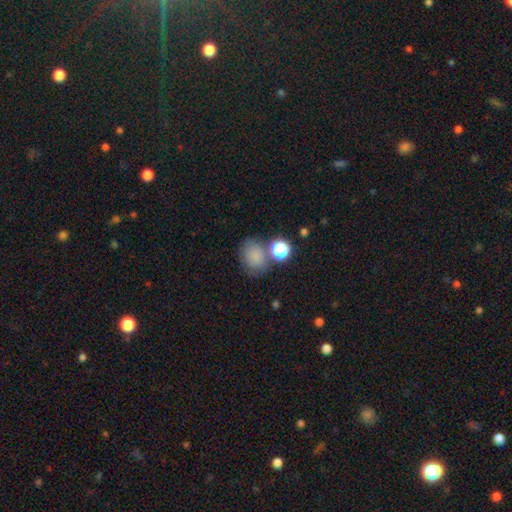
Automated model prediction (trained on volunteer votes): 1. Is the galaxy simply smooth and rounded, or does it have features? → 78% smooth, 14% star or artifact, 8% featured or disk.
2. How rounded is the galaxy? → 50% round, 49% in between, 1% cigar-shaped.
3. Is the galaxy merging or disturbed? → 63% none, 16% minor disturbance, 15% merger, 6% major disturbance.